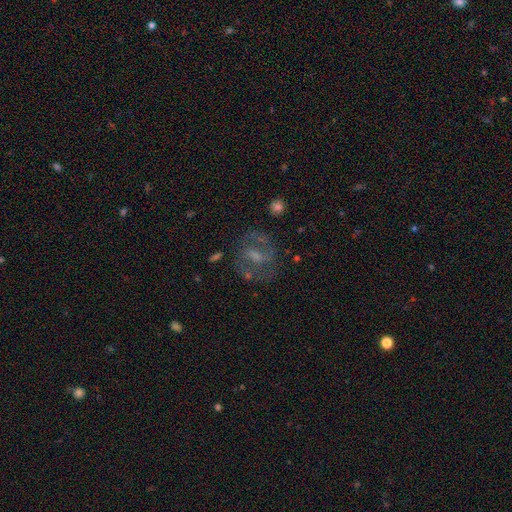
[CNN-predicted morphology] smooth-or-featured: featured or disk: 69% | smooth: 19% | star or artifact: 11%
  disk-edge-on: no: 96% | yes: 4%
    bar: weak: 49% | strong: 28% | no: 24%
    has-spiral-arms: yes: 77% | no: 23%
      spiral-winding: medium: 52% | tight: 29% | loose: 20%
      spiral-arm-count: 2: 77% | can't tell: 15% | 1: 3% | 3: 2% | 4: 1% | more than 4: 1%
    bulge-size: small: 42% | moderate: 35% | none: 17% | large: 5% | dominant: 1%
  merging: none: 72% | minor disturbance: 14% | major disturbance: 11% | merger: 3%